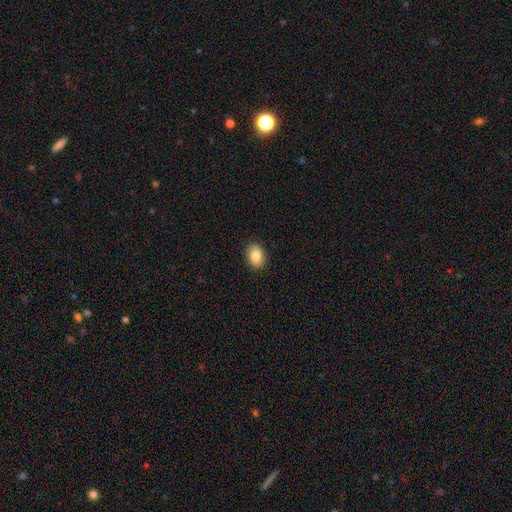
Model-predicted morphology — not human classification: A smooth galaxy with no disk features (85%) that is in between round and cigar-shaped (73%). Merging: none (90%).